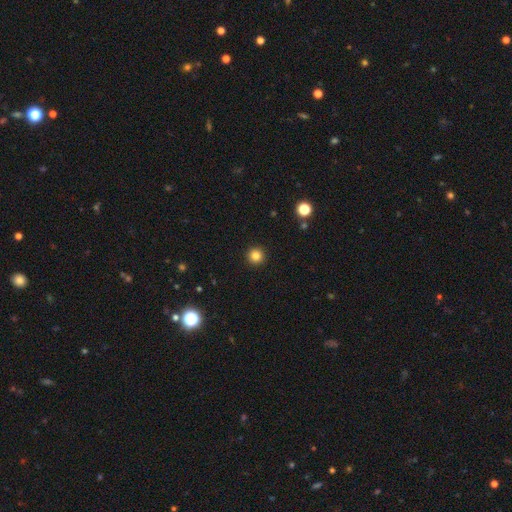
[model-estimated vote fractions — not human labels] smooth 83%, star or artifact 12%, featured or disk 5%. Down the decision tree: how rounded — round (96%); merging — none (93%).